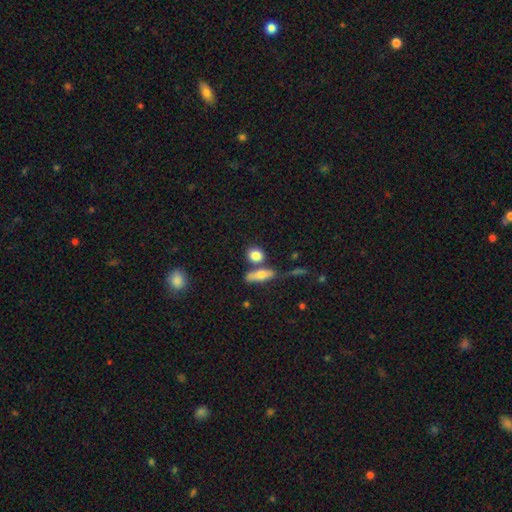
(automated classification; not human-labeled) The model was most divided on "how rounded": round: 58%, in between: 33%, cigar-shaped: 9%. More confident: smooth or featured — smooth (79%); merging — none (63%).